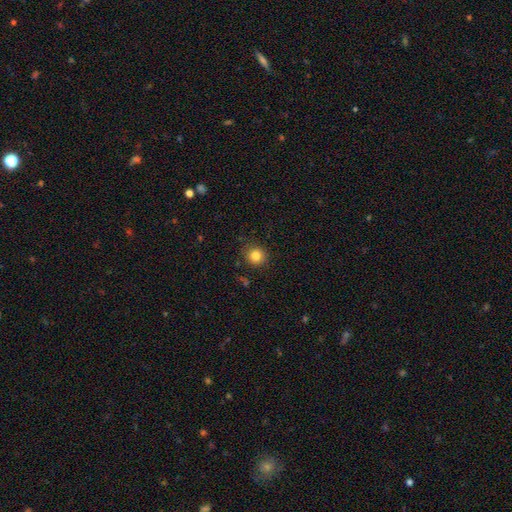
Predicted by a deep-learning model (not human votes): Smooth or featured?
  - smooth: 83% *
  - star or artifact: 11%
  - featured or disk: 6%
How rounded?
  - round: 88% *
  - in between: 11%
  - cigar-shaped: 1%
Merging?
  - none: 87% *
  - minor disturbance: 9%
  - major disturbance: 3%
  - merger: 1%